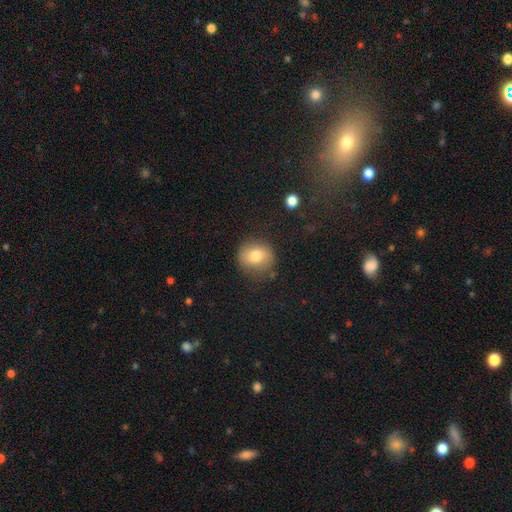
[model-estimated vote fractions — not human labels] Smooth or featured?
  - smooth: 77% *
  - featured or disk: 14%
  - star or artifact: 9%
How rounded?
  - round: 82% *
  - in between: 17%
  - cigar-shaped: 1%
Merging?
  - none: 78% *
  - minor disturbance: 15%
  - major disturbance: 5%
  - merger: 2%